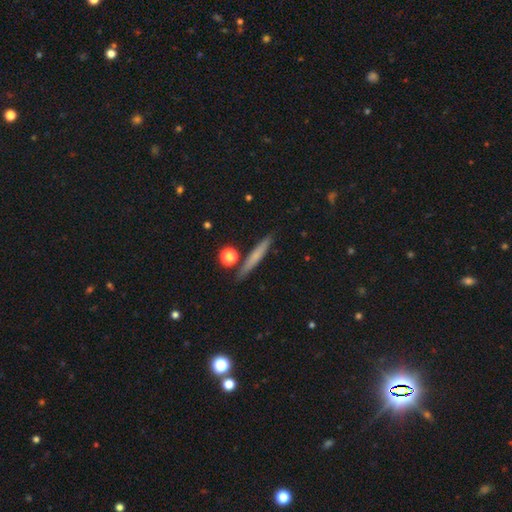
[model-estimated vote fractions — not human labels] A smooth galaxy with no disk features (60%) that is cigar-shaped (92%). Merging: none (85%).